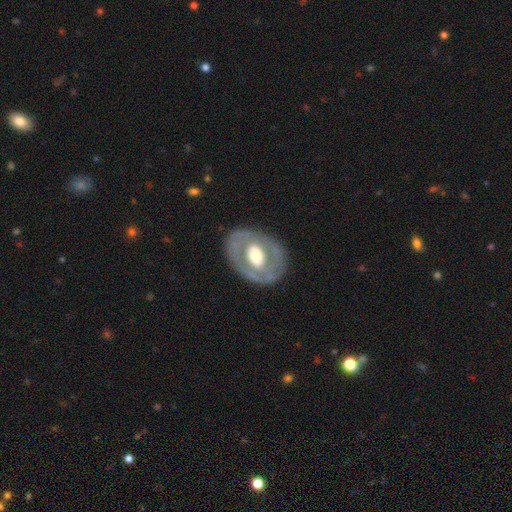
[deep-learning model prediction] smooth_or_featured: featured or disk (p=0.62) [alt: smooth p=0.33]
disk_edge_on: no (p=0.93) [alt: yes p=0.07]
bar: no (p=0.66) [alt: weak p=0.22]
has_spiral_arms: no (p=0.78) [alt: yes p=0.22]
bulge_size: moderate (p=0.53) [alt: large p=0.34]
merging: none (p=0.78) [alt: minor disturbance p=0.14]